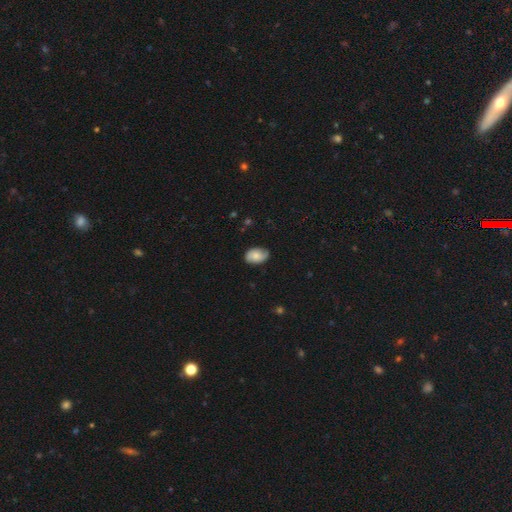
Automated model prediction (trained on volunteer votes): A smooth galaxy with no disk features (60%) that is in between round and cigar-shaped (86%). Merging: none (75%).